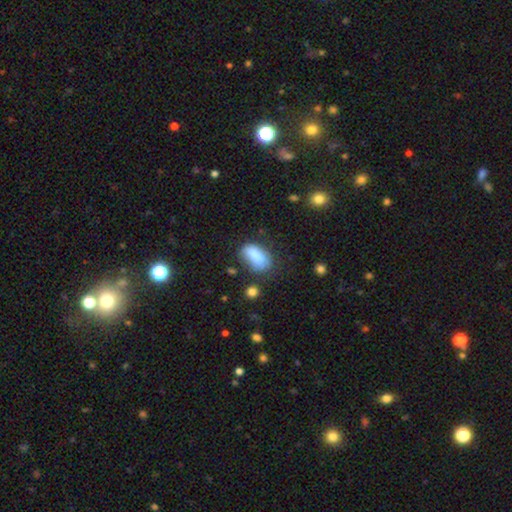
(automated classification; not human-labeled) Smooth or featured? Predicted: smooth (p=0.75). How rounded? Predicted: in between (p=0.88). Merging? Predicted: none (p=0.48).